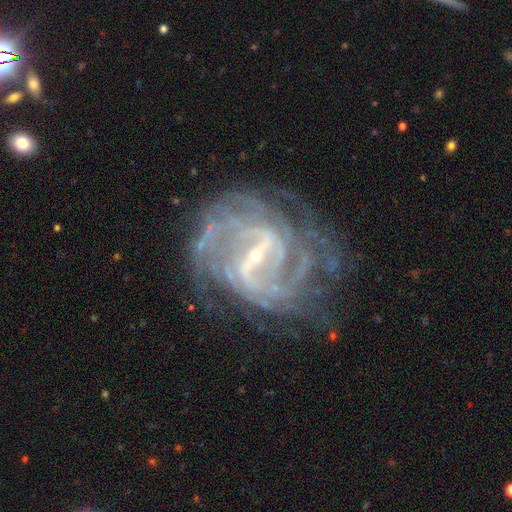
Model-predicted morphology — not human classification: Q: Smooth or featured?
A: featured or disk (90%); runner-up: star or artifact (6%)
Q: Edge-on disk?
A: no (97%); runner-up: yes (3%)
Q: Bar?
A: strong (60%); runner-up: weak (31%)
Q: Spiral arms?
A: yes (96%); runner-up: no (4%)
Q: Spiral winding?
A: tight (55%); runner-up: medium (36%)
Q: Spiral arm count?
A: can't tell (27%); runner-up: 2 (22%)
Q: Bulge size?
A: small (81%); runner-up: moderate (14%)
Q: Merging?
A: none (65%); runner-up: minor disturbance (18%)